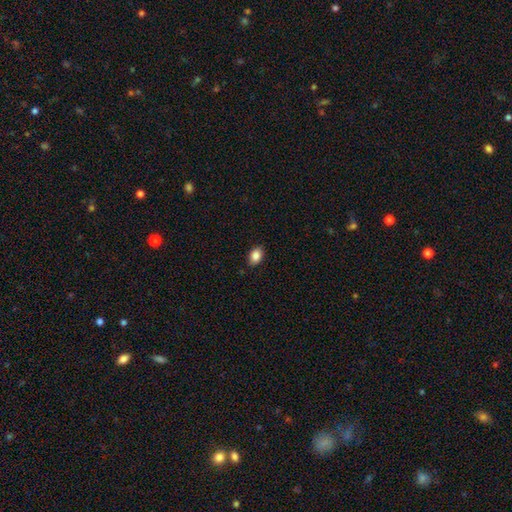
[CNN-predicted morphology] Overall: smooth (87%). How rounded: in between (81%). Merging: none (87%).